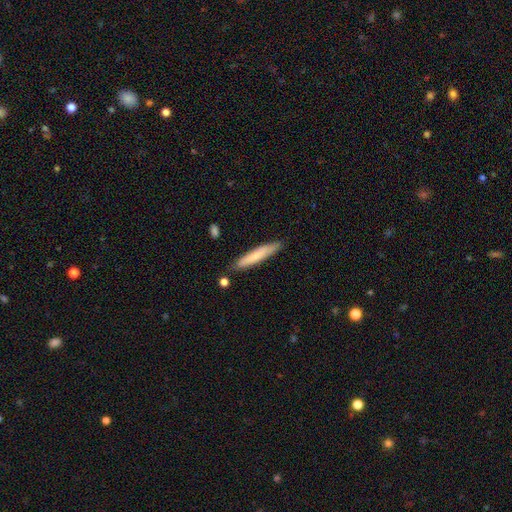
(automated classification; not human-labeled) Smooth or featured: smooth — 70% (featured or disk — 24%)
How rounded: cigar-shaped — 93% (in between — 6%)
Merging: none — 85% (minor disturbance — 11%)